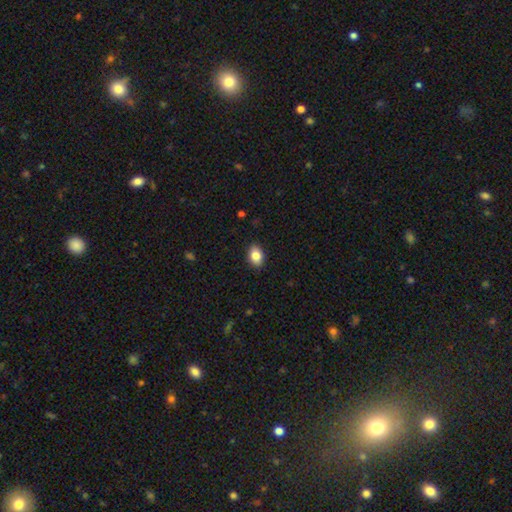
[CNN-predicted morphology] Overall: smooth (84%). How rounded: in between (77%). Merging: none (89%).